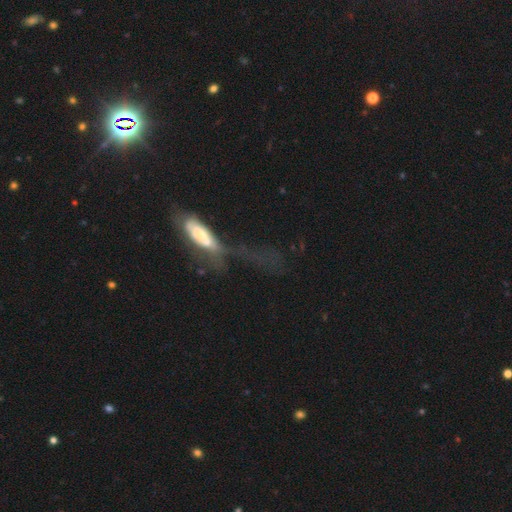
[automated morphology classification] Overall: smooth (39%; featured or disk 38%). Merging: major disturbance (38%; none 34%).